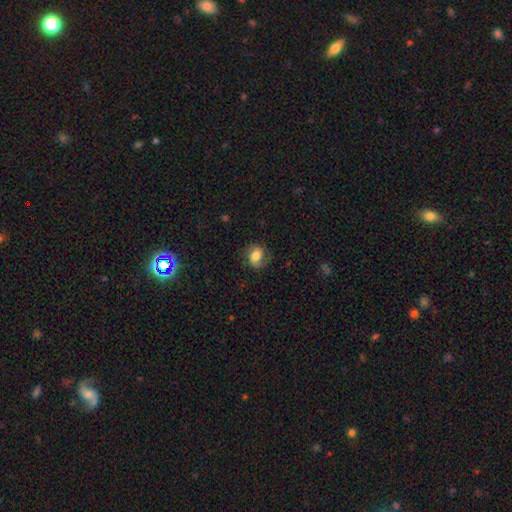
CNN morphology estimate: type=smooth (56%); roundness=round (54%); merging=none (68%).